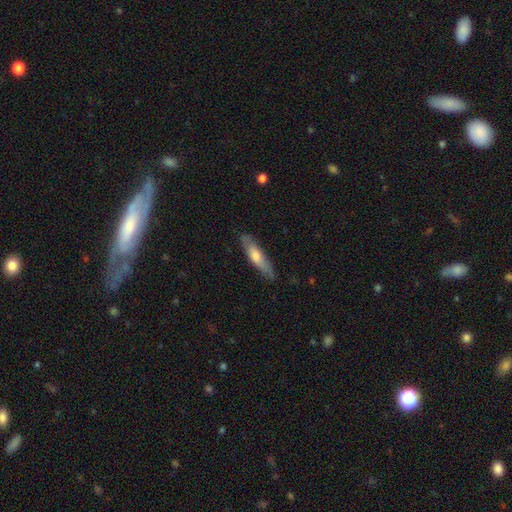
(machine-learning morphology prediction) smooth 59%, featured or disk 36%, star or artifact 6%. Down the decision tree: how rounded — cigar-shaped (80%); merging — none (81%).